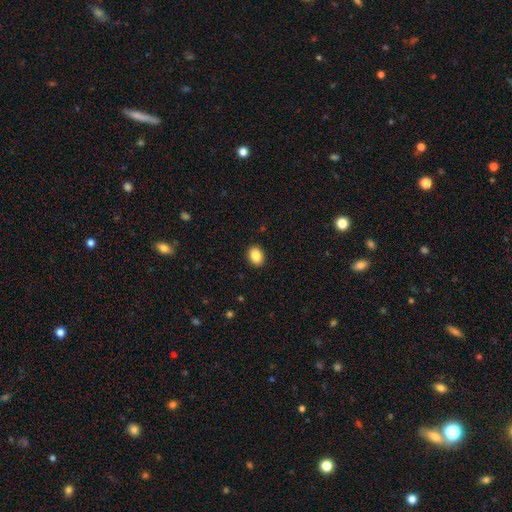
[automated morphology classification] Smooth or featured? smooth (87%)
How rounded? in between (63%)
Merging? none (91%)